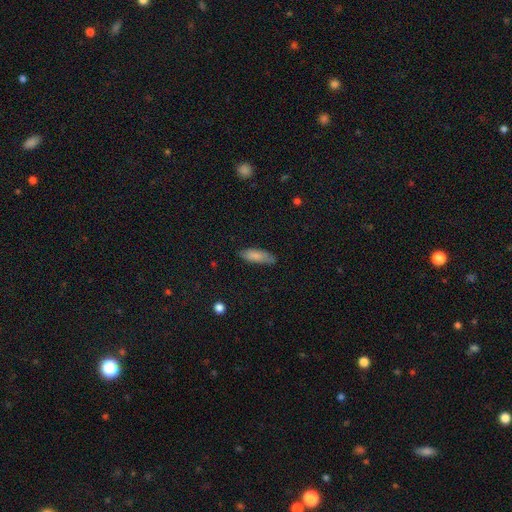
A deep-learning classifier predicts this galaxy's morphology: type=smooth (82%); roundness=in between (59%); merging=none (76%).